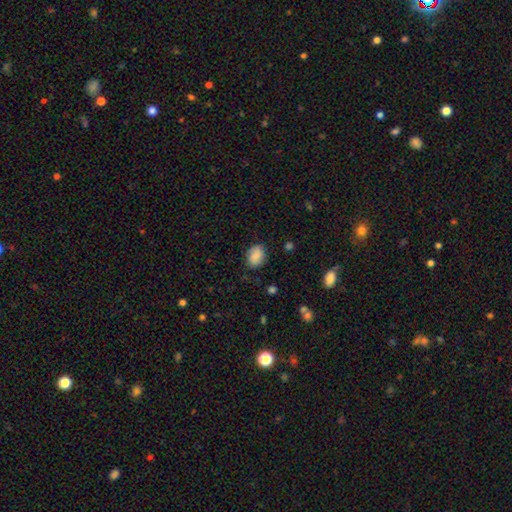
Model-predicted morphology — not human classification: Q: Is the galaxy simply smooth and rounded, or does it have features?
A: smooth — 86%.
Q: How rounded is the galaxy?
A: in between — 73%.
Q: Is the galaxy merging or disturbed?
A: none — 81%.